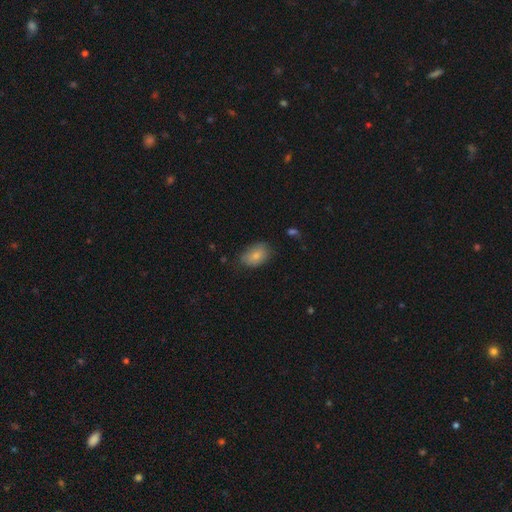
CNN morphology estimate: A smooth galaxy with no disk features (83%) that is in between round and cigar-shaped (89%).

Vote fractions:
- Smooth or featured? smooth: 83% / featured or disk: 9% / star or artifact: 7%
- How rounded? in between: 89% / round: 10% / cigar-shaped: 1%
- Merging? none: 70% / minor disturbance: 24% / major disturbance: 5% / merger: 2%